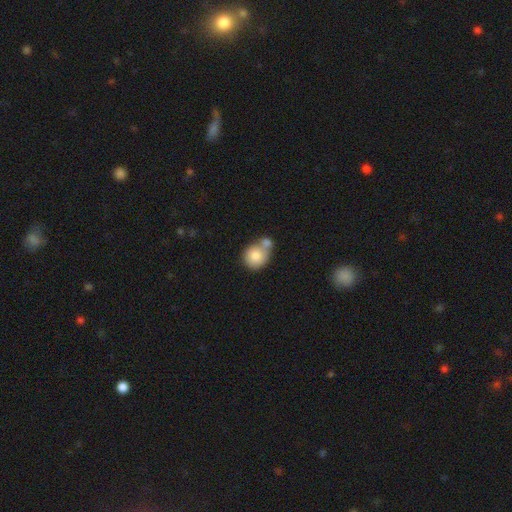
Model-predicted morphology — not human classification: smooth-or-featured: smooth: 82% | featured or disk: 11% | star or artifact: 7%
  how-rounded: round: 78% | in between: 21% | cigar-shaped: 1%
  merging: merger: 54% | none: 31% | minor disturbance: 11% | major disturbance: 4%